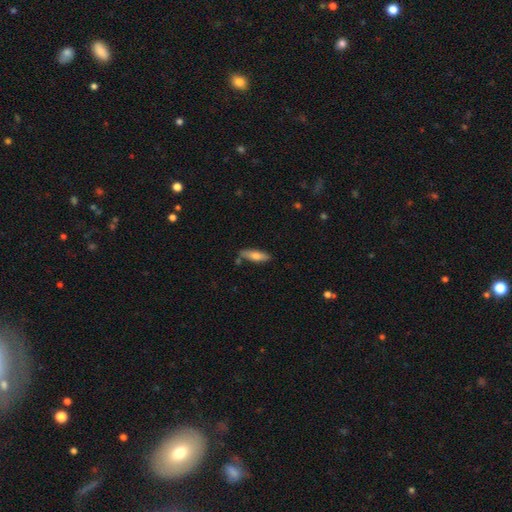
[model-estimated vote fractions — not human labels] Morphology: type=smooth (74%); roundness=cigar-shaped (50%); merging=none (76%).